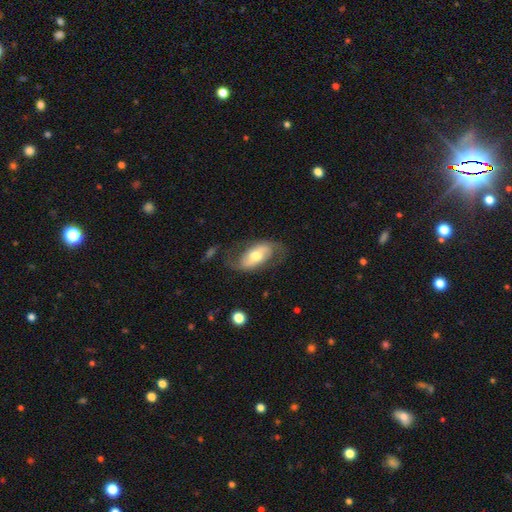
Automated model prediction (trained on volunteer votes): Overall: featured or disk (66%; smooth 28%). Edge-on disk: no (93%). Bar: no (41%; weak 36%). Spiral arms: yes (82%). Spiral arm count: 2 (86%). Spiral winding: loose (47%; medium 38%). Bulge size: moderate (67%). Merging: none (63%).